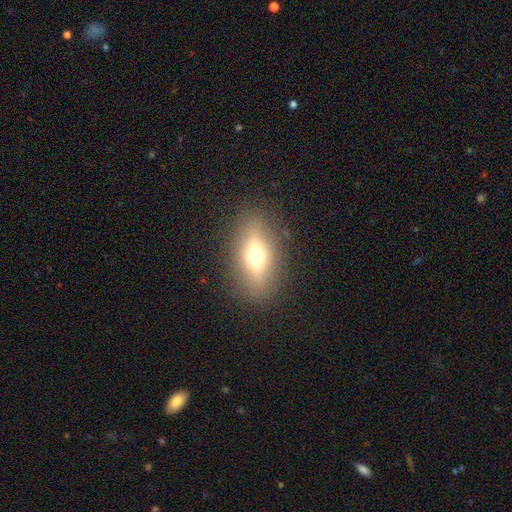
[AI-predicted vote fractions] smooth-or-featured: smooth: 51% | featured or disk: 38% | star or artifact: 10%
  how-rounded: in between: 70% | cigar-shaped: 20% | round: 10%
  merging: none: 86% | minor disturbance: 9% | major disturbance: 4% | merger: 1%